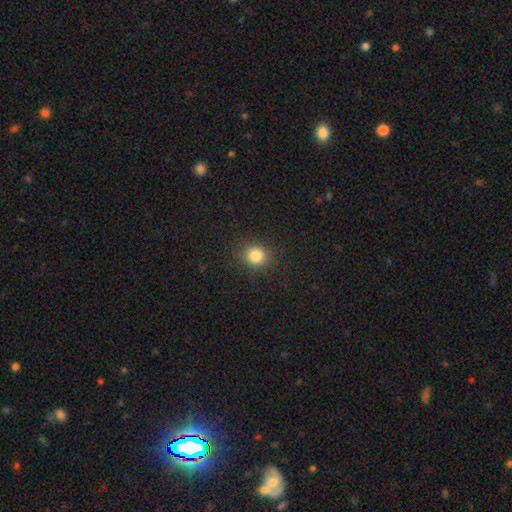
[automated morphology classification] Q: Smooth or featured?
A: smooth (83%); runner-up: star or artifact (12%)
Q: How rounded?
A: round (79%); runner-up: in between (20%)
Q: Merging?
A: none (88%); runner-up: minor disturbance (8%)